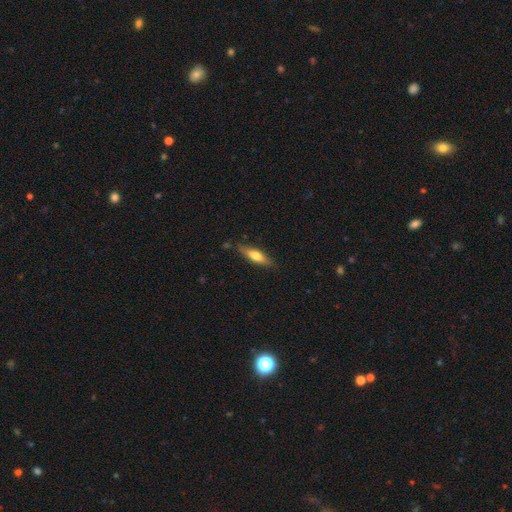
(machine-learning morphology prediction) Overall: smooth (61%; featured or disk 33%). How rounded: cigar-shaped (64%; in between 34%). Merging: none (81%).